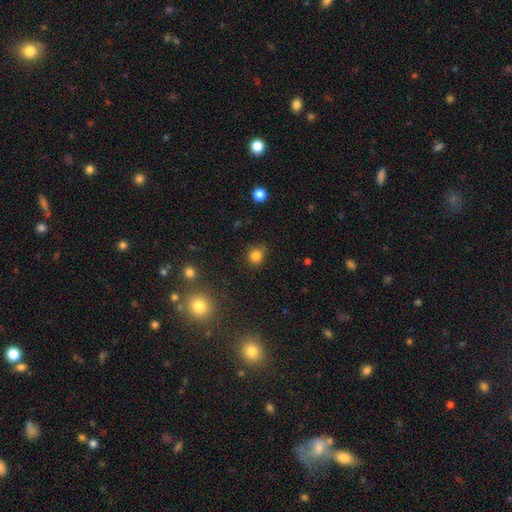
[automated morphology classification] Smooth or featured? smooth (82%)
How rounded? round (83%)
Merging? none (79%)